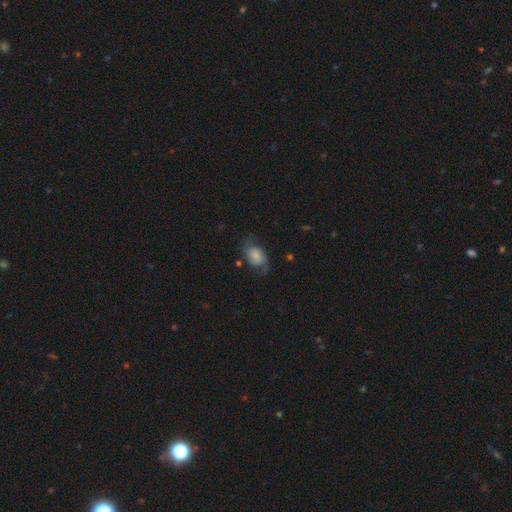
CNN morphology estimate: Q: Smooth or featured?
A: featured or disk (52%); runner-up: smooth (39%)
Q: Edge-on disk?
A: no (96%); runner-up: yes (4%)
Q: Bar?
A: no (63%); runner-up: weak (30%)
Q: Spiral arms?
A: yes (88%); runner-up: no (12%)
Q: Bulge size?
A: small (25%); runner-up: moderate (23%)
Q: Merging?
A: none (63%); runner-up: minor disturbance (22%)